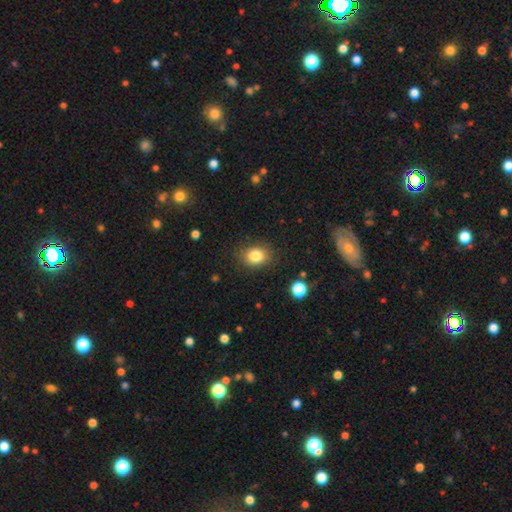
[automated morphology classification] A smooth galaxy with no disk features (83%) that is round (52%).

Vote fractions:
- Smooth or featured? smooth: 83% / star or artifact: 11% / featured or disk: 7%
- How rounded? round: 52% / in between: 47% / cigar-shaped: 1%
- Merging? none: 84% / minor disturbance: 11% / major disturbance: 3% / merger: 1%